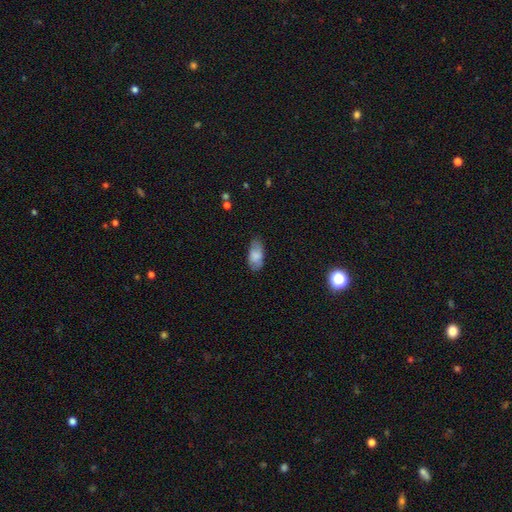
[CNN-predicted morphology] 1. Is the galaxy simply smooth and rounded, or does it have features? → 78% smooth, 15% featured or disk, 8% star or artifact.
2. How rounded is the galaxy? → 93% in between, 5% cigar-shaped, 3% round.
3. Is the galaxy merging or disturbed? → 74% none, 20% minor disturbance, 4% major disturbance, 1% merger.